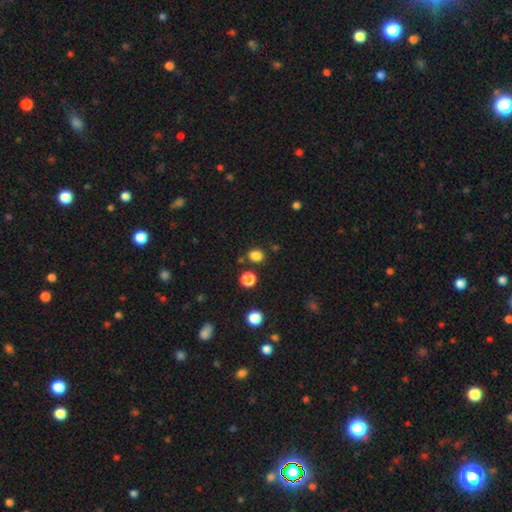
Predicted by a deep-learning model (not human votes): This is clearly a smooth galaxy (82%). How rounded: likely round (61%). Merging: clearly none (81%).